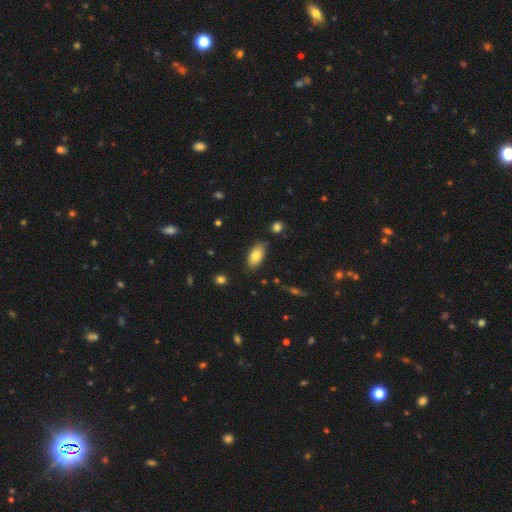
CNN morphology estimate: smooth_or_featured: smooth (p=0.80) [alt: featured or disk p=0.13]
how_rounded: in between (p=0.91) [alt: cigar-shaped p=0.06]
merging: none (p=0.78) [alt: minor disturbance p=0.16]